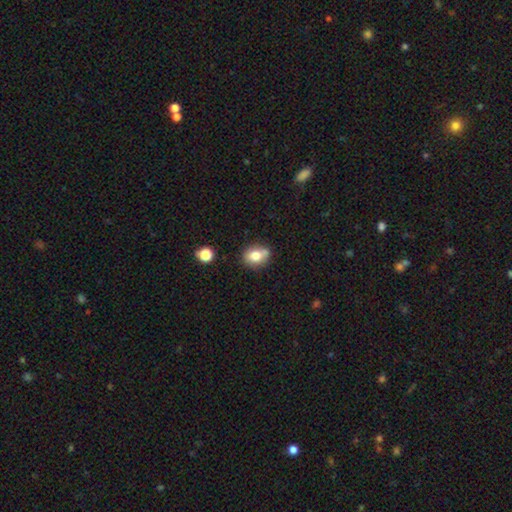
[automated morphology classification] This appears to be a smooth galaxy with no disk features (76%) that is in between round and cigar-shaped (50%). Merging: none (64%).